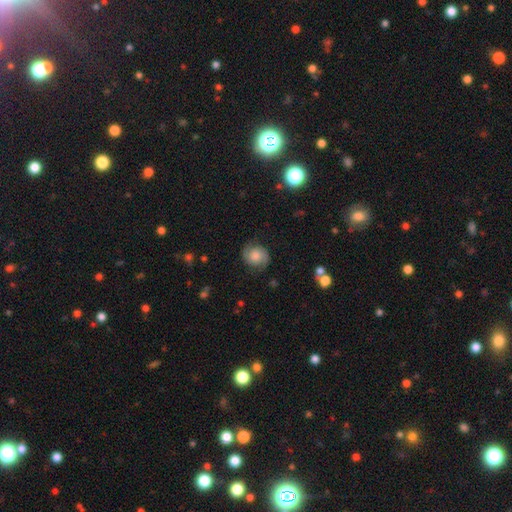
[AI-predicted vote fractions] smooth_or_featured: featured or disk (p=0.63) [alt: smooth p=0.29]
disk_edge_on: no (p=0.98) [alt: yes p=0.02]
bar: no (p=0.69) [alt: weak p=0.26]
has_spiral_arms: yes (p=0.94) [alt: no p=0.06]
spiral_winding: medium (p=0.47) [alt: tight p=0.32]
spiral_arm_count: 2 (p=0.90) [alt: can't tell p=0.05]
bulge_size: moderate (p=0.38) [alt: large p=0.23]
merging: none (p=0.79) [alt: minor disturbance p=0.14]